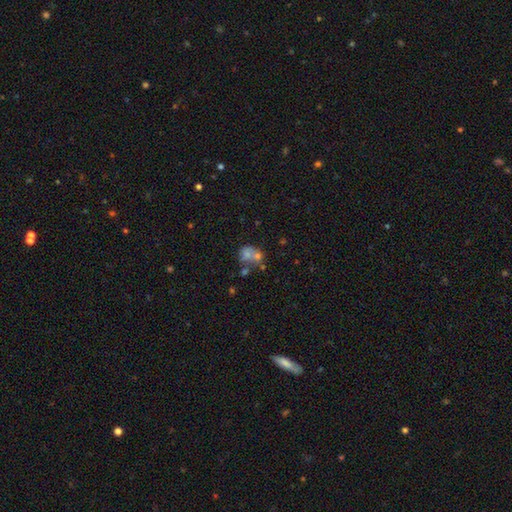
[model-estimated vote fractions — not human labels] Q: Smooth or featured?
A: smooth (51%); runner-up: featured or disk (26%)
Q: How rounded?
A: round (59%); runner-up: in between (39%)
Q: Merging?
A: merger (44%); runner-up: none (36%)